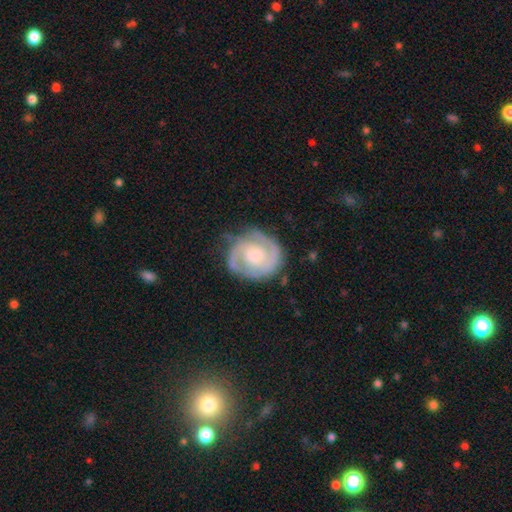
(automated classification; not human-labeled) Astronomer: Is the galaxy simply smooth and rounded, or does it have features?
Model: featured or disk — 84%.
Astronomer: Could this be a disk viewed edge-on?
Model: no — 98%.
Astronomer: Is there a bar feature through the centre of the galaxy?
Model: no — 65%.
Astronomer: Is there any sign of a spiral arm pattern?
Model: yes — 95%.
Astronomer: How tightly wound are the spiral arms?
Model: tight — 56% (runner-up: medium, 36%).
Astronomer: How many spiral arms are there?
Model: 2 — 78%.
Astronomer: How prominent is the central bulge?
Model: moderate — 54% (runner-up: small, 30%).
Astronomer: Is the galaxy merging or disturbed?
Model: none — 78%.